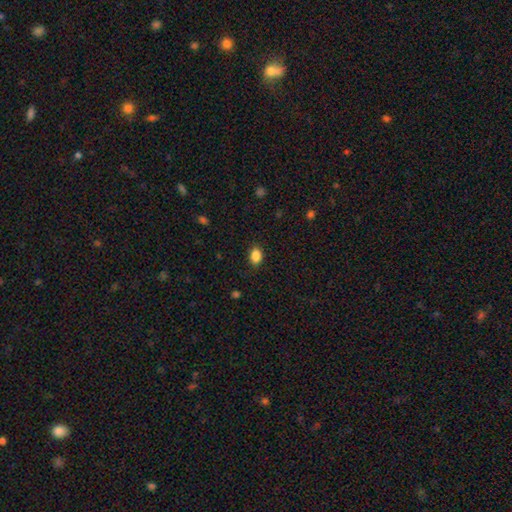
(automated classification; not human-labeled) Morphology: type=smooth (87%); roundness=in between (82%); merging=none (86%).